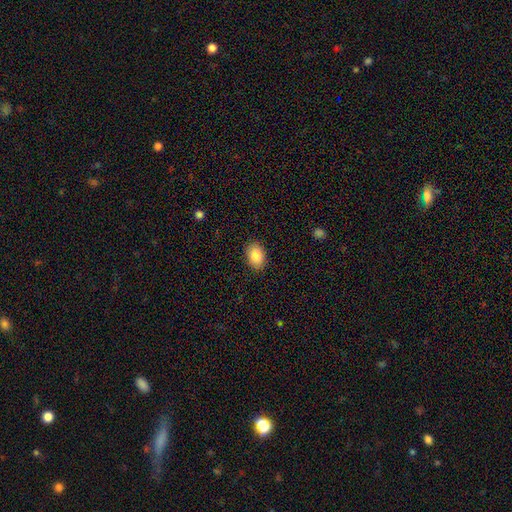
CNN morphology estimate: A smooth galaxy with no disk features (88%) that is in between round and cigar-shaped (85%). Merging: none (88%).